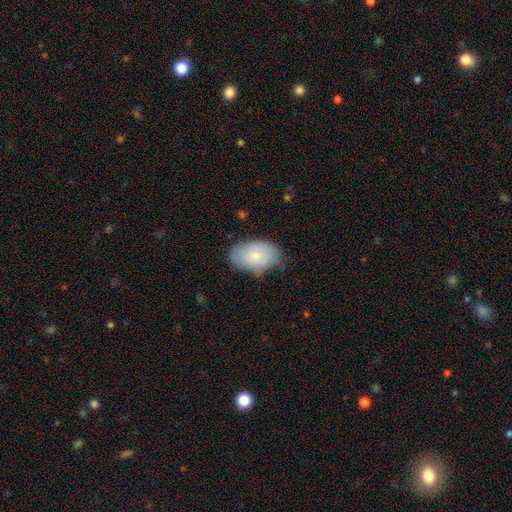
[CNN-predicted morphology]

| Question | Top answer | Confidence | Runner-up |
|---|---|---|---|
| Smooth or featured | smooth | 76% | featured or disk (17%) |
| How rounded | in between | 92% | round (7%) |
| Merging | none | 71% | minor disturbance (23%) |